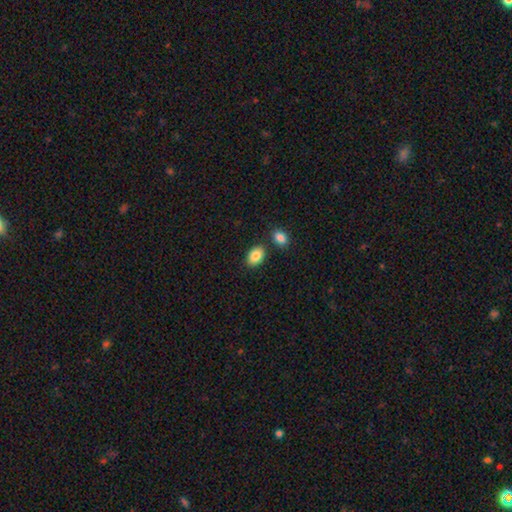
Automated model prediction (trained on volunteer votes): smooth 87%, star or artifact 7%, featured or disk 6%. Down the decision tree: how rounded — in between (85%); merging — none (79%).